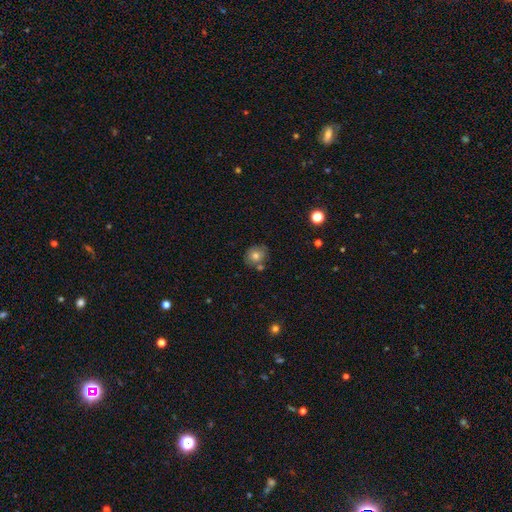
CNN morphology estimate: smooth-or-featured: smooth: 74% | featured or disk: 15% | star or artifact: 10%
  how-rounded: round: 75% | in between: 24% | cigar-shaped: 1%
  merging: none: 68% | minor disturbance: 15% | merger: 14% | major disturbance: 3%